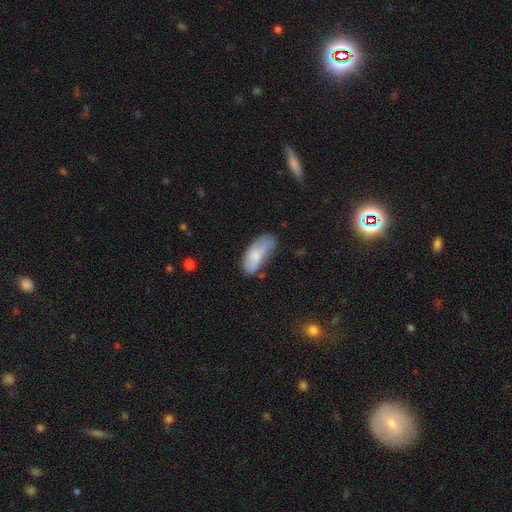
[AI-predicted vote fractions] smooth_or_featured: smooth (p=0.65) [alt: featured or disk p=0.28]
how_rounded: in between (p=0.87) [alt: cigar-shaped p=0.11]
merging: none (p=0.44) [alt: minor disturbance p=0.34]